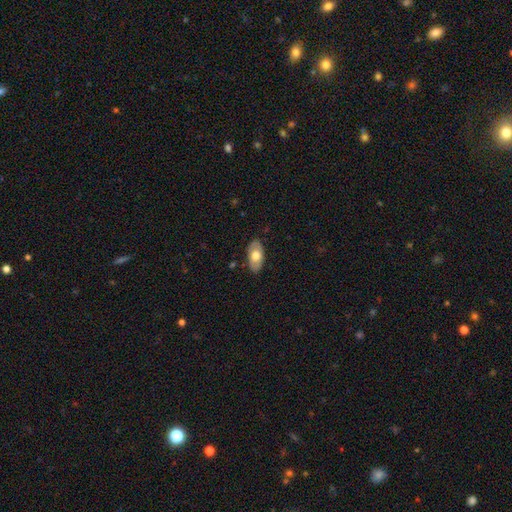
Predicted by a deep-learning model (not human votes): Morphology: type=smooth (63%); roundness=in between (94%); merging=none (85%).